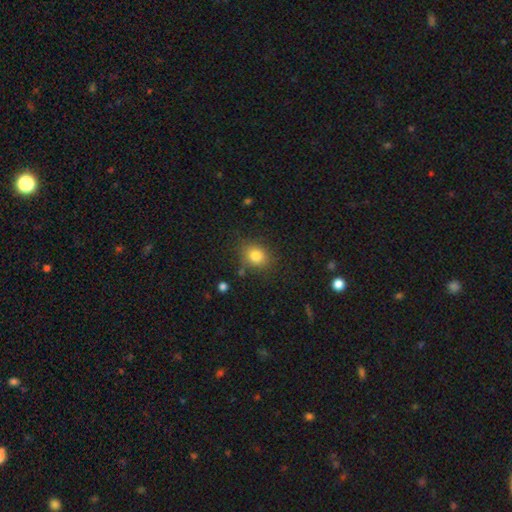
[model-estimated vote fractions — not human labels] Smooth or featured?
  - smooth: 82% *
  - star or artifact: 11%
  - featured or disk: 7%
How rounded?
  - round: 50% *
  - in between: 48%
  - cigar-shaped: 1%
Merging?
  - none: 78% *
  - minor disturbance: 15%
  - major disturbance: 4%
  - merger: 3%